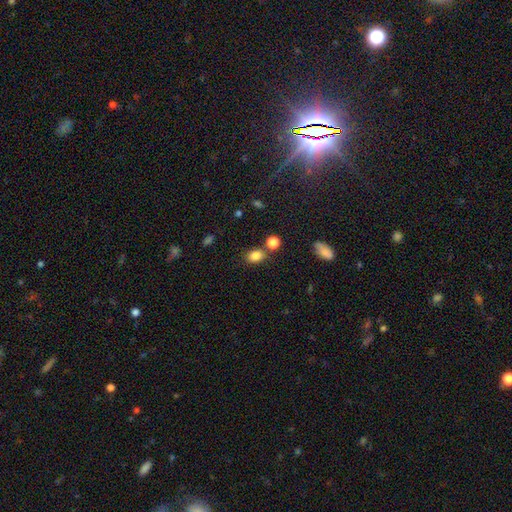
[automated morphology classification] Smooth or featured: smooth — 83% (star or artifact — 11%)
How rounded: in between — 69% (round — 30%)
Merging: none — 71% (merger — 13%)